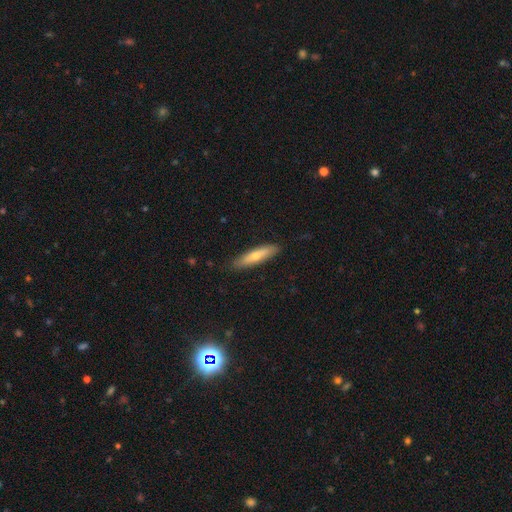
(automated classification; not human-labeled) Smooth or featured? Predicted: smooth (p=0.62). How rounded? Predicted: cigar-shaped (p=0.78). Merging? Predicted: none (p=0.87).